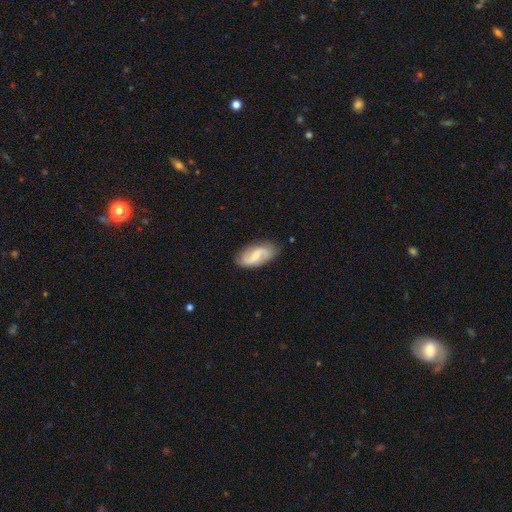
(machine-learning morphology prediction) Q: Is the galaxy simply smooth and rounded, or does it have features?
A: featured or disk — 72%.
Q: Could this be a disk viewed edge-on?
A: no — 96%.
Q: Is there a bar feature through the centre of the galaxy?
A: weak — 53%.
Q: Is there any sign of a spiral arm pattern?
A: yes — 94%.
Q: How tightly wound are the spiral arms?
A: loose — 57%.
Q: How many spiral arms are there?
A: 2 — 90%.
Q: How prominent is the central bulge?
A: small — 49%.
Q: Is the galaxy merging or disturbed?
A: none — 81%.